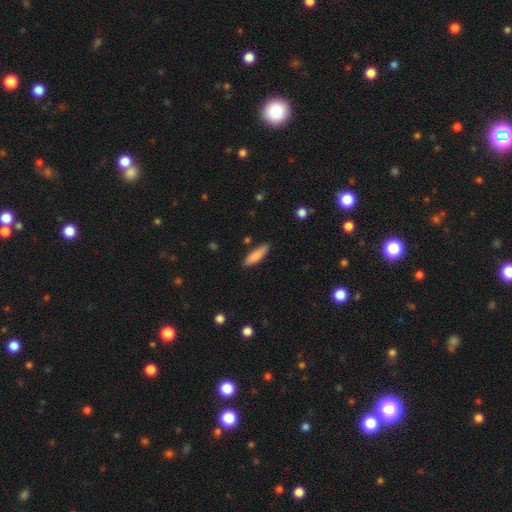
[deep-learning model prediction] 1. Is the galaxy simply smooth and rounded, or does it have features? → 83% smooth, 11% featured or disk, 6% star or artifact.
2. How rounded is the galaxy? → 61% cigar-shaped, 38% in between, 2% round.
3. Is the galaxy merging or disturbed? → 83% none, 13% minor disturbance, 2% major disturbance, 2% merger.